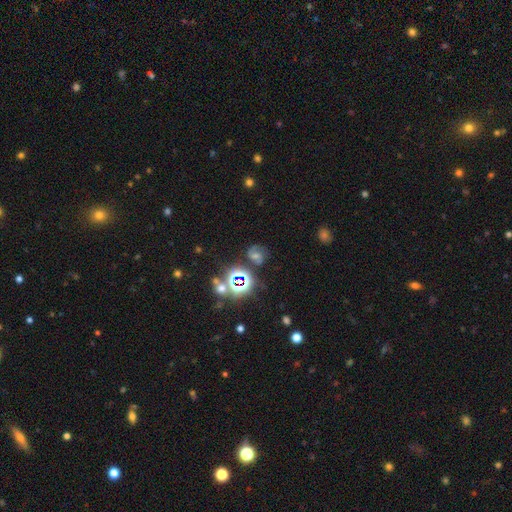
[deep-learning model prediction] smooth-or-featured: star or artifact: 52% | featured or disk: 24% | smooth: 23%